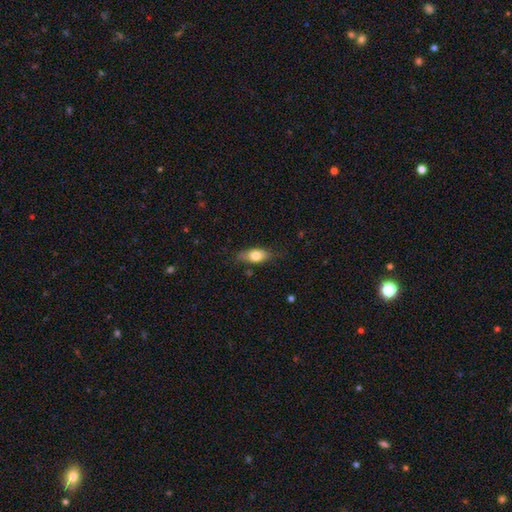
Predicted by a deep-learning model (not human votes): Smooth or featured? smooth (74%)
How rounded? in between (82%)
Merging? none (74%)